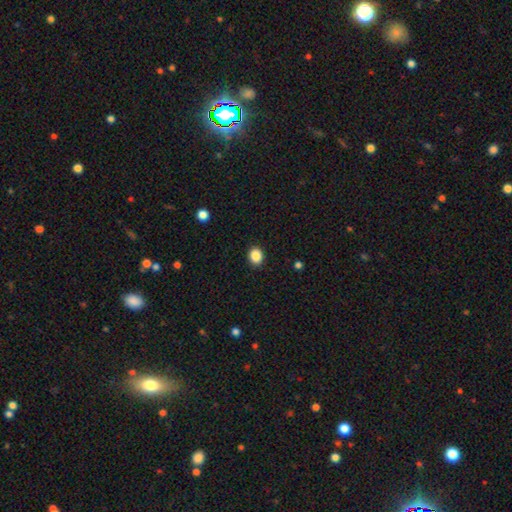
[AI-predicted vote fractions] Smooth or featured? smooth (87%)
How rounded? round (58%)
Merging? none (91%)